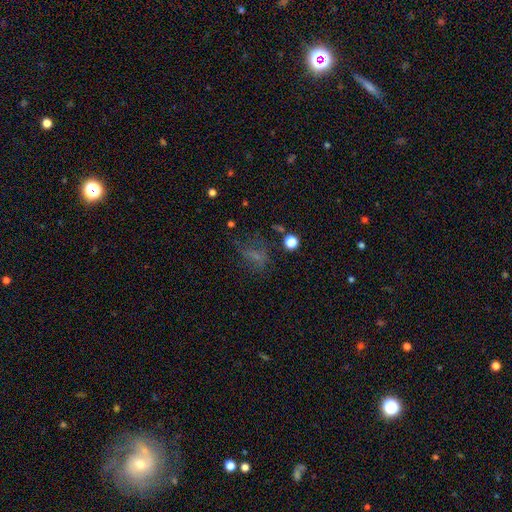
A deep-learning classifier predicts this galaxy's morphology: This is marginally a smooth galaxy (43%). Merging: marginally none (44%).